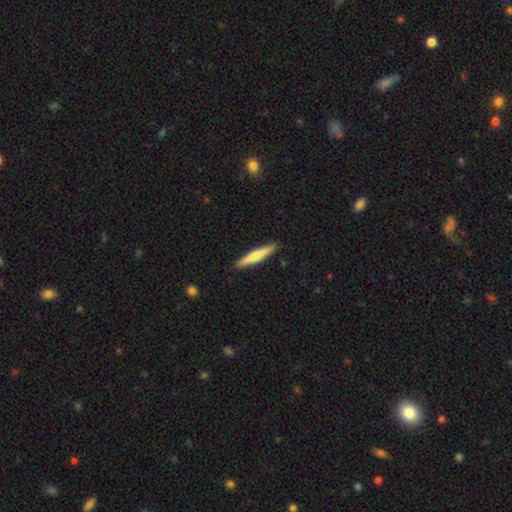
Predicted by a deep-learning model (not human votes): The model was most divided on "smooth or featured": smooth: 61%, featured or disk: 34%, star or artifact: 5%. More confident: how rounded — cigar-shaped (93%); merging — none (91%).